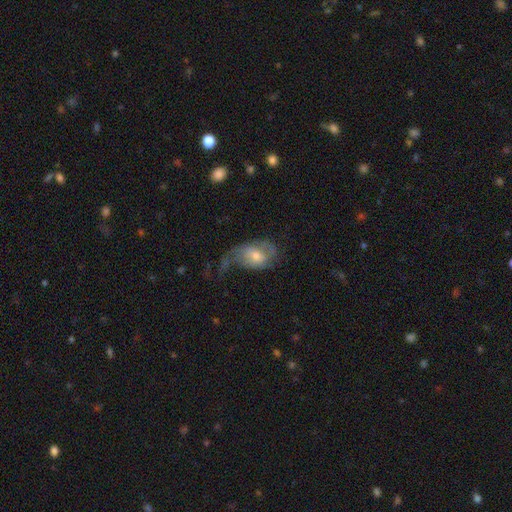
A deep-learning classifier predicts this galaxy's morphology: This is possibly a featured or disk galaxy (48%). Merging: marginally major disturbance (40%).